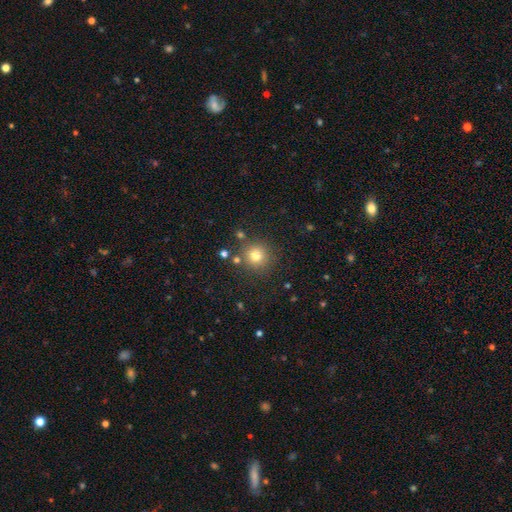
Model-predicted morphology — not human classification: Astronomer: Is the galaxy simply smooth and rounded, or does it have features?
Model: smooth — 77%.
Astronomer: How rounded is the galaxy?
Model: round — 94%.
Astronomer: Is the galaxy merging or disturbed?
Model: none — 85%.